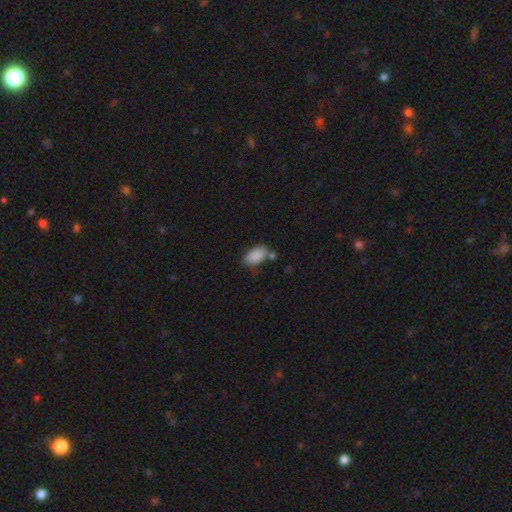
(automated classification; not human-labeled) Smooth or featured? smooth (88%)
How rounded? in between (93%)
Merging? none (64%)